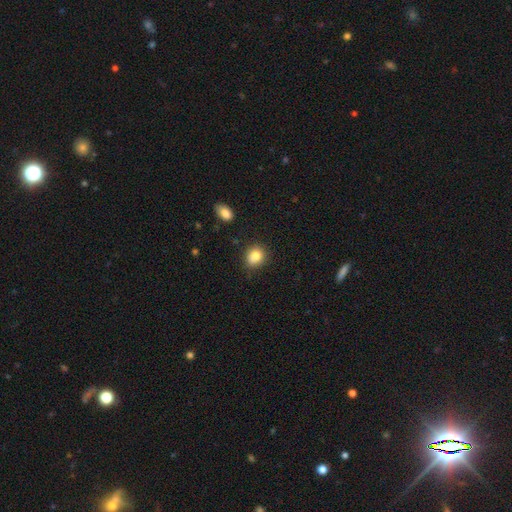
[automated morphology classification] Overall: smooth (83%). How rounded: round (70%). Merging: none (81%).